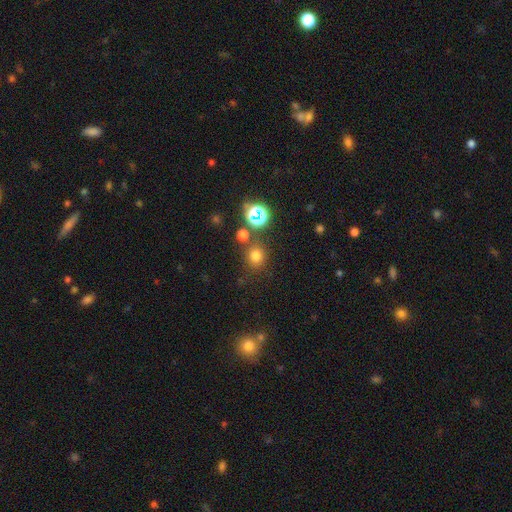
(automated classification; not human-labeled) smooth_or_featured: smooth (p=0.70) [alt: star or artifact p=0.23]
how_rounded: round (p=0.83) [alt: in between p=0.16]
merging: none (p=0.76) [alt: minor disturbance p=0.10]